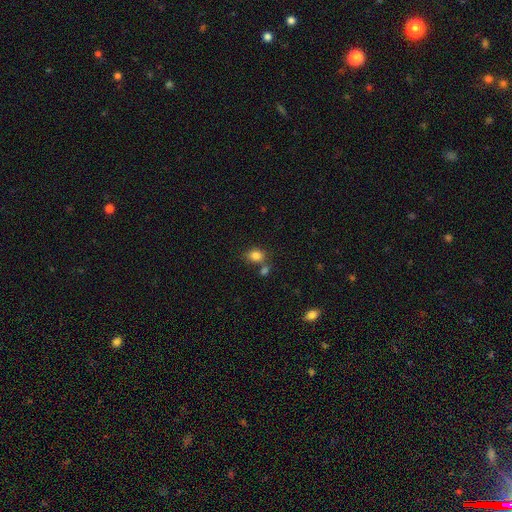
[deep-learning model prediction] This appears to be a smooth galaxy with no disk features (83%) that is in between round and cigar-shaped (59%). Merging: none (63%).